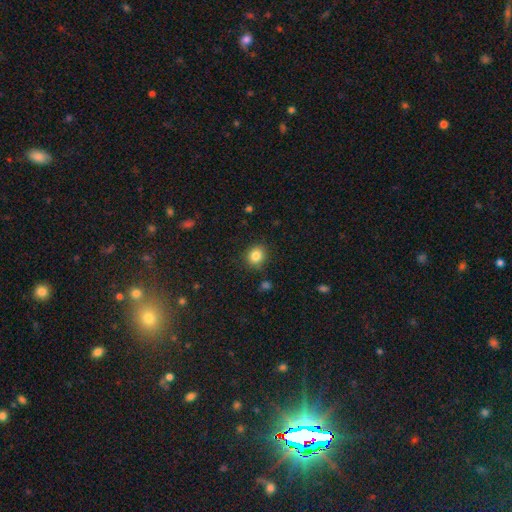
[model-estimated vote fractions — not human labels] This appears to be a smooth galaxy with no disk features (84%) that is round (77%). Merging: none (85%).